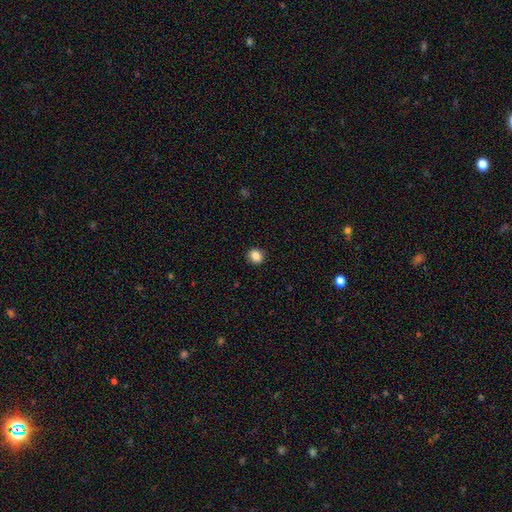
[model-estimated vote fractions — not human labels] smooth 86%, star or artifact 10%, featured or disk 4%. Down the decision tree: how rounded — round (73%); merging — none (92%).